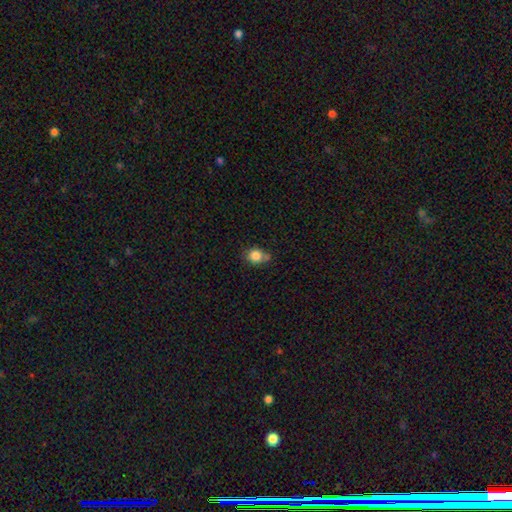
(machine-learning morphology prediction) A smooth galaxy with no disk features (82%) that is round (65%).

Vote fractions:
- Smooth or featured? smooth: 82% / star or artifact: 10% / featured or disk: 8%
- How rounded? round: 65% / in between: 34% / cigar-shaped: 1%
- Merging? none: 55% / minor disturbance: 27% / merger: 11% / major disturbance: 6%